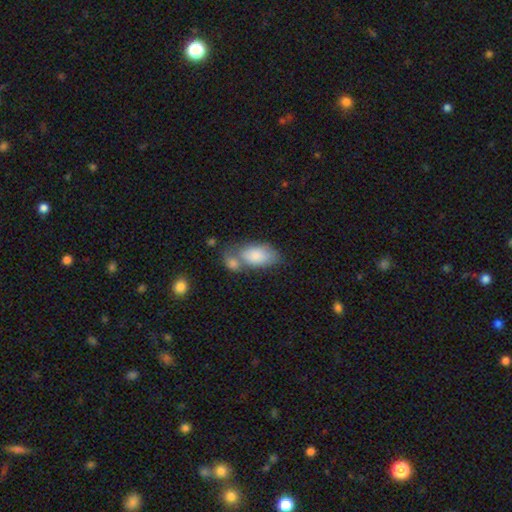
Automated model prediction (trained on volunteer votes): The model was most divided on "merging": merger: 41%, none: 35%, minor disturbance: 16%, major disturbance: 7%. More confident: how rounded — in between (93%); smooth or featured — smooth (82%).